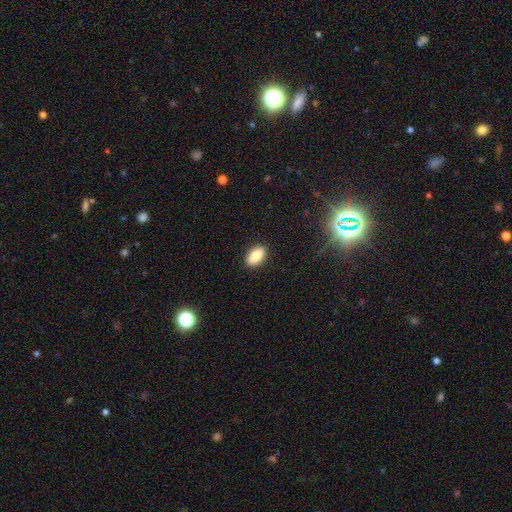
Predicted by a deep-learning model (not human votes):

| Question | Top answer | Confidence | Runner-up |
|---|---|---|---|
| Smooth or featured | smooth | 82% | featured or disk (10%) |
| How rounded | in between | 89% | cigar-shaped (6%) |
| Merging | none | 89% | minor disturbance (8%) |